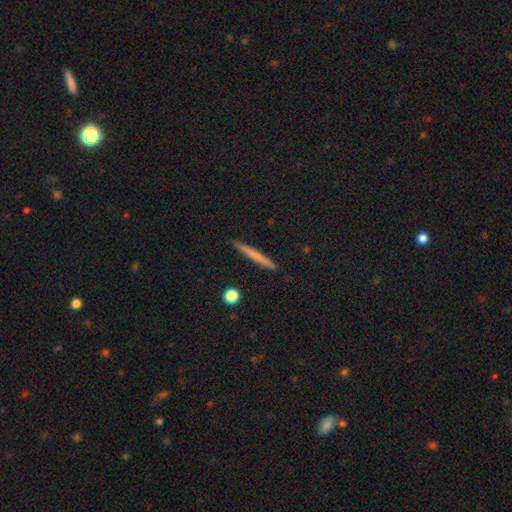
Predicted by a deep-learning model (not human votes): Smooth or featured: smooth — 64% (featured or disk — 29%)
How rounded: cigar-shaped — 96% (in between — 2%)
Merging: none — 92% (minor disturbance — 6%)